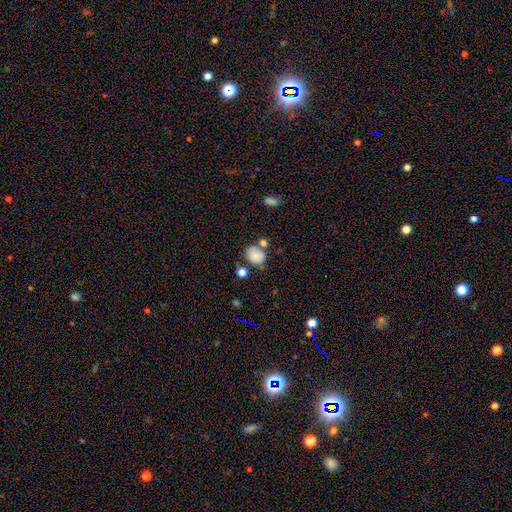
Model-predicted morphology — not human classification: The model was most divided on "how rounded": round: 59%, in between: 40%, cigar-shaped: 1%. More confident: smooth or featured — smooth (80%); merging — none (59%).